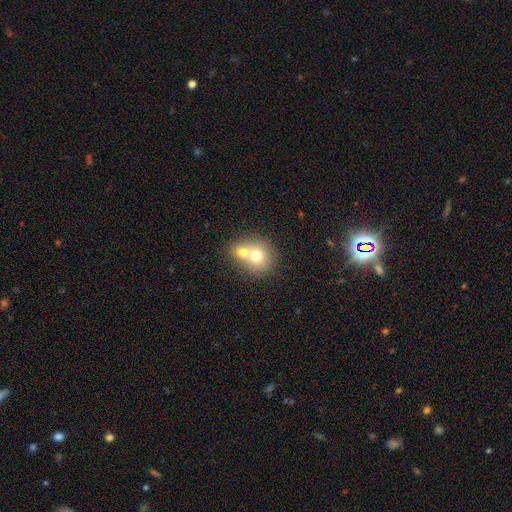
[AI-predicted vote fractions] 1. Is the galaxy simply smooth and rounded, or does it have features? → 68% smooth, 21% featured or disk, 11% star or artifact.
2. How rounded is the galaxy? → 78% round, 21% in between, 1% cigar-shaped.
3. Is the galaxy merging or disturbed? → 64% merger, 28% none, 5% minor disturbance, 2% major disturbance.